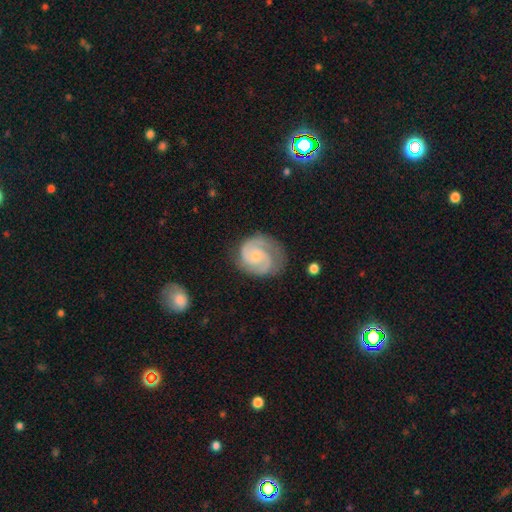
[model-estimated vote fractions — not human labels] Smooth or featured?
  - featured or disk: 86% *
  - smooth: 9%
  - star or artifact: 5%
Edge-on disk?
  - no: 98% *
  - yes: 2%
Bar?
  - no: 65% *
  - weak: 30%
  - strong: 5%
Spiral arms?
  - yes: 97% *
  - no: 3%
Spiral winding?
  - tight: 54% *
  - medium: 38%
  - loose: 7%
Spiral arm count?
  - 2: 78% *
  - 3: 8%
  - can't tell: 6%
  - 1: 5%
  - 4: 2%
  - more than 4: 2%
Bulge size?
  - small: 69% *
  - moderate: 21%
  - none: 8%
  - large: 1%
  - dominant: 1%
Merging?
  - none: 71% *
  - minor disturbance: 19%
  - major disturbance: 8%
  - merger: 2%